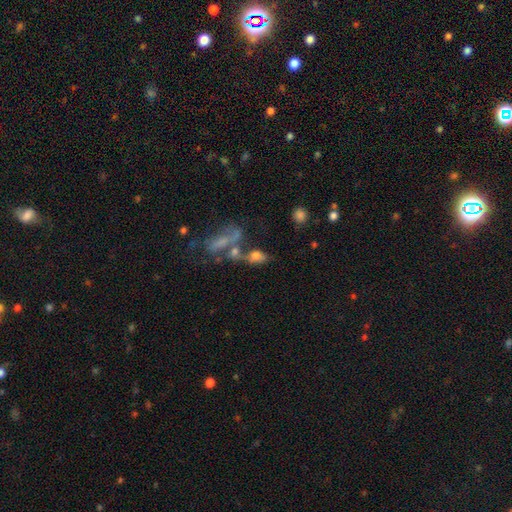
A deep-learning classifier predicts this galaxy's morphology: smooth 61%, featured or disk 25%, star or artifact 14%. Down the decision tree: how rounded — in between (77%); merging — merger (46%).